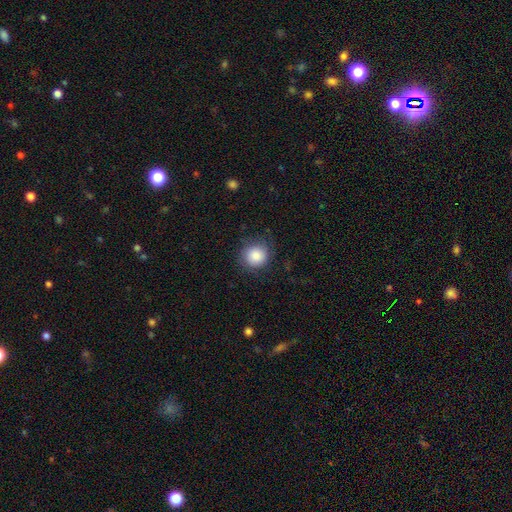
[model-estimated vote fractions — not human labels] A smooth galaxy with no disk features (85%) that is round (88%). Merging: none (80%).